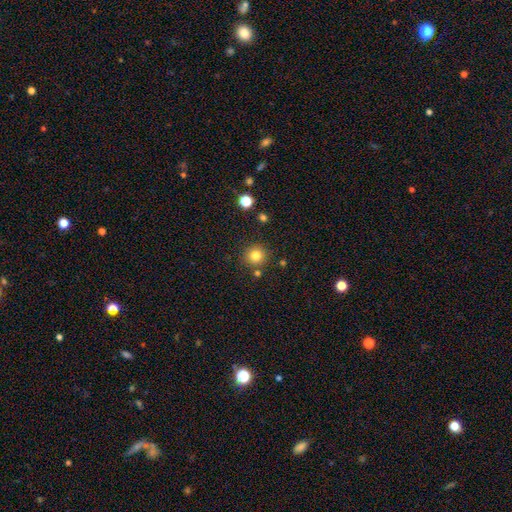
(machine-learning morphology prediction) smooth-or-featured: smooth: 80% | star or artifact: 13% | featured or disk: 7%
  how-rounded: round: 93% | in between: 6% | cigar-shaped: 1%
  merging: none: 84% | minor disturbance: 8% | merger: 6% | major disturbance: 3%